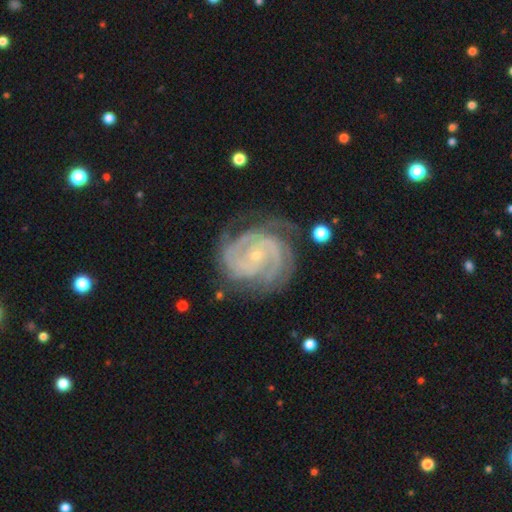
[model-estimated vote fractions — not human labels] Smooth or featured? Predicted: featured or disk (p=0.90). Edge-on disk? Predicted: no (p=0.98). Bar? Predicted: no (p=0.65). Spiral arms? Predicted: yes (p=0.98). Spiral winding? Predicted: tight (p=0.70). Spiral arm count? Predicted: 2 (p=0.43). Bulge size? Predicted: small (p=0.83). Merging? Predicted: none (p=0.70).